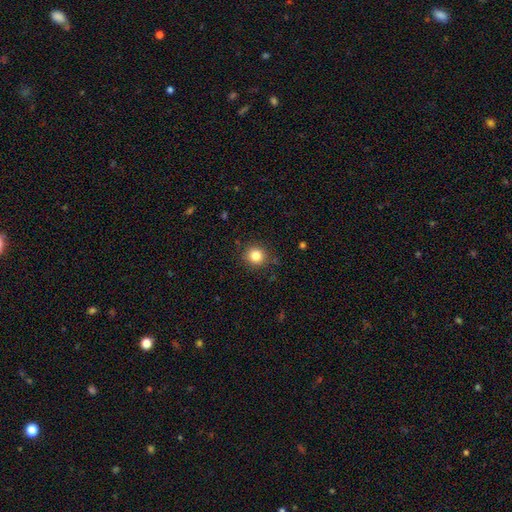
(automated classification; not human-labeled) Smooth or featured? Predicted: smooth (p=0.83). How rounded? Predicted: round (p=0.90). Merging? Predicted: none (p=0.88).